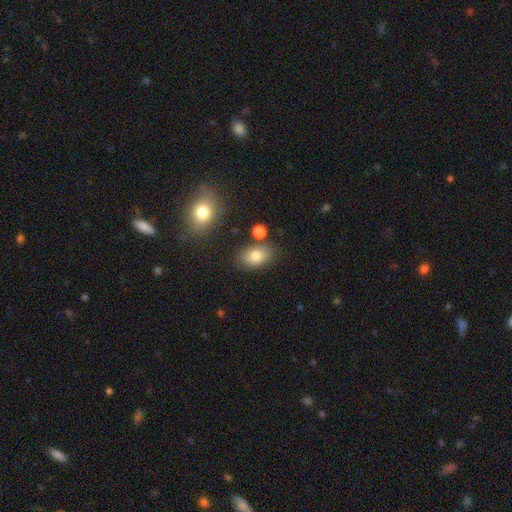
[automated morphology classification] The model was most divided on "merging": none: 76%, minor disturbance: 13%, merger: 7%, major disturbance: 4%. More confident: how rounded — in between (86%); smooth or featured — smooth (78%).